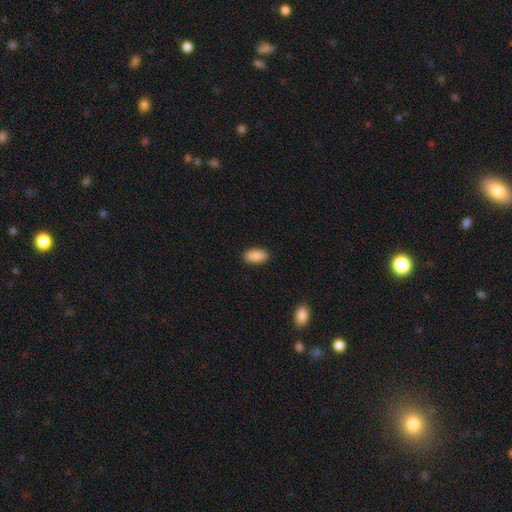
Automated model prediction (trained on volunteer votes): Smooth or featured: smooth — 90% (star or artifact — 7%)
How rounded: in between — 92% (cigar-shaped — 5%)
Merging: none — 90% (minor disturbance — 7%)